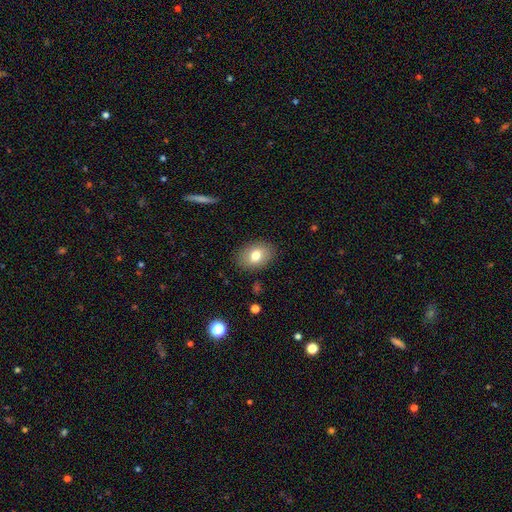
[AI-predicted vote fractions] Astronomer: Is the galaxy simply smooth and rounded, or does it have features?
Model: smooth — 77%.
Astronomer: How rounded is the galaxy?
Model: in between — 78%.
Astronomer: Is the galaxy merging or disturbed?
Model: none — 86%.